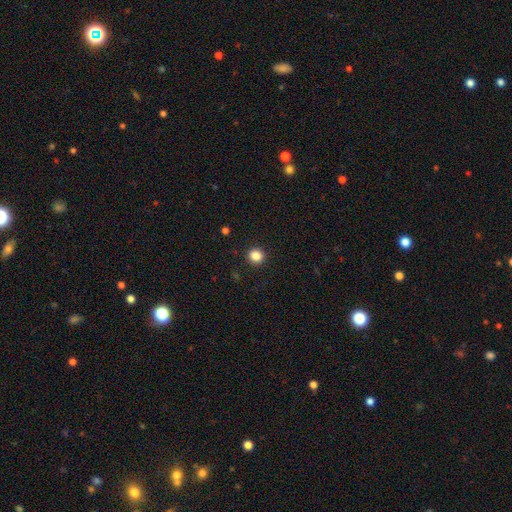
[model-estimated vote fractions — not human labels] Smooth or featured?
  - smooth: 85% *
  - star or artifact: 11%
  - featured or disk: 4%
How rounded?
  - round: 91% *
  - in between: 8%
  - cigar-shaped: 1%
Merging?
  - none: 93% *
  - minor disturbance: 5%
  - major disturbance: 2%
  - merger: 1%